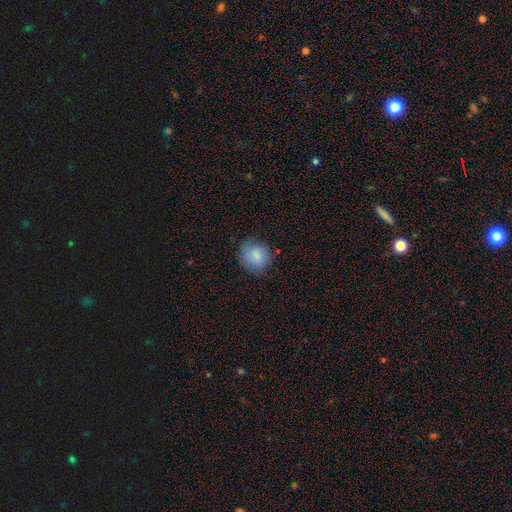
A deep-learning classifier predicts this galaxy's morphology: Smooth or featured: smooth — 85% (featured or disk — 8%)
How rounded: round — 79% (in between — 21%)
Merging: none — 78% (minor disturbance — 17%)